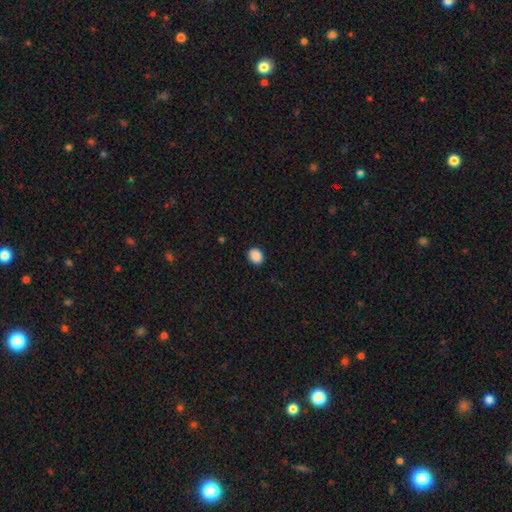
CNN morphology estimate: Q: Smooth or featured?
A: smooth (89%); runner-up: star or artifact (8%)
Q: How rounded?
A: in between (50%); runner-up: round (49%)
Q: Merging?
A: none (90%); runner-up: minor disturbance (7%)